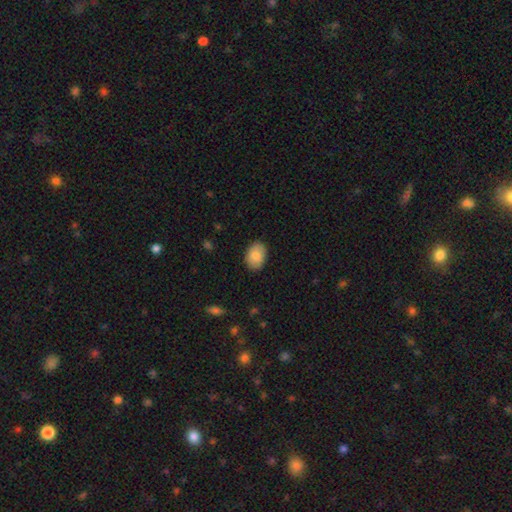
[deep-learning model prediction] Morphology: type=smooth (86%); roundness=in between (82%); merging=none (86%).